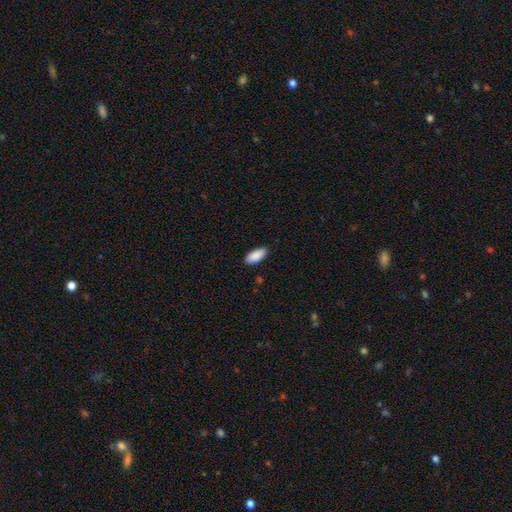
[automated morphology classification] type=smooth (90%); roundness=in between (88%); merging=none (86%).